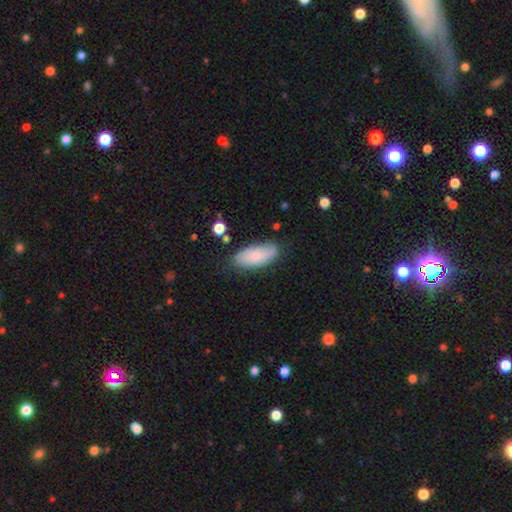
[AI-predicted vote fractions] smooth_or_featured: smooth (p=0.69) [alt: featured or disk p=0.24]
how_rounded: in between (p=0.90) [alt: cigar-shaped p=0.08]
merging: none (p=0.72) [alt: minor disturbance p=0.21]